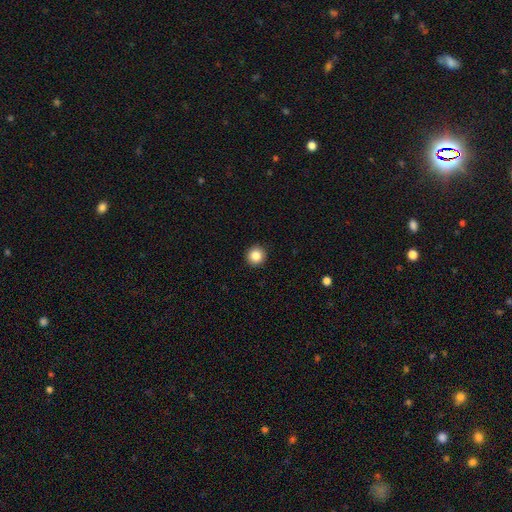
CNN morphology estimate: A smooth galaxy with no disk features (86%) that is round (95%).

Vote fractions:
- Smooth or featured? smooth: 86% / star or artifact: 10% / featured or disk: 5%
- How rounded? round: 95% / in between: 4% / cigar-shaped: 1%
- Merging? none: 93% / minor disturbance: 4% / major disturbance: 1% / merger: 1%